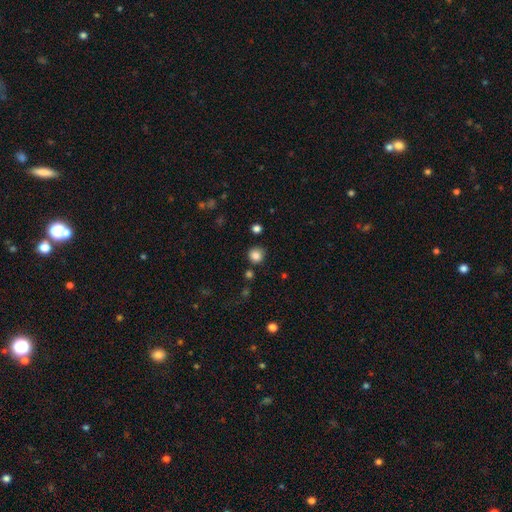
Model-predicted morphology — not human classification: Smooth or featured: smooth — 84% (star or artifact — 11%)
How rounded: round — 92% (in between — 7%)
Merging: none — 84% (minor disturbance — 10%)